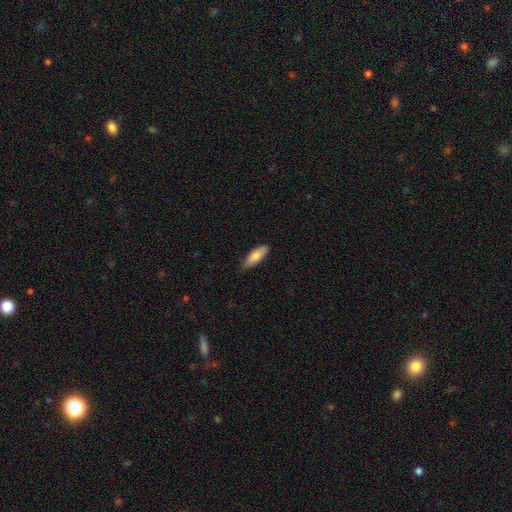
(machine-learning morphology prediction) A smooth galaxy with no disk features (81%) that is in between round and cigar-shaped (64%).

Vote fractions:
- Smooth or featured? smooth: 81% / featured or disk: 13% / star or artifact: 6%
- How rounded? in between: 64% / cigar-shaped: 34% / round: 2%
- Merging? none: 80% / minor disturbance: 16% / major disturbance: 2% / merger: 1%